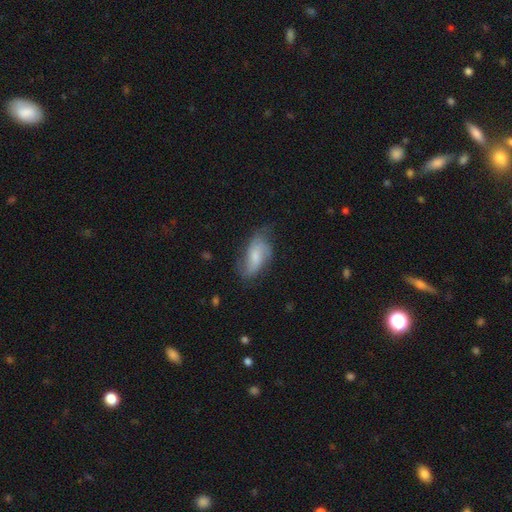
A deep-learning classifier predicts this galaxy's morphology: Smooth or featured?
  - featured or disk: 52% *
  - smooth: 41%
  - star or artifact: 8%
Edge-on disk?
  - no: 93% *
  - yes: 7%
Merging?
  - none: 56% *
  - minor disturbance: 28%
  - major disturbance: 14%
  - merger: 2%